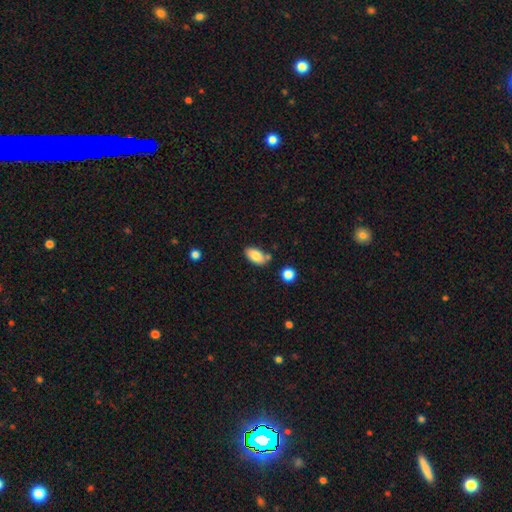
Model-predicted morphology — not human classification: A smooth galaxy with no disk features (84%) that is in between round and cigar-shaped (93%). Merging: none (73%).